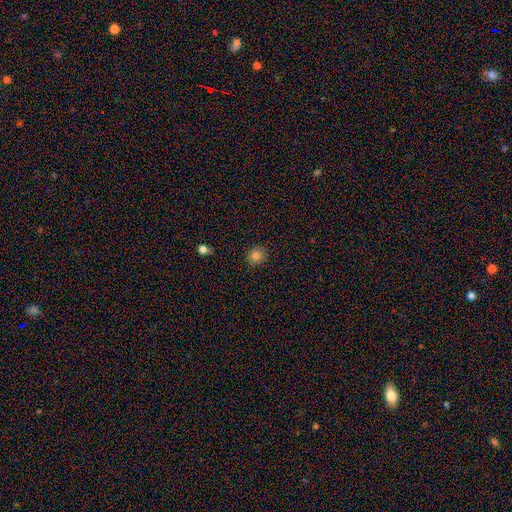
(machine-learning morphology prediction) Overall: smooth (82%). How rounded: round (80%). Merging: none (88%).